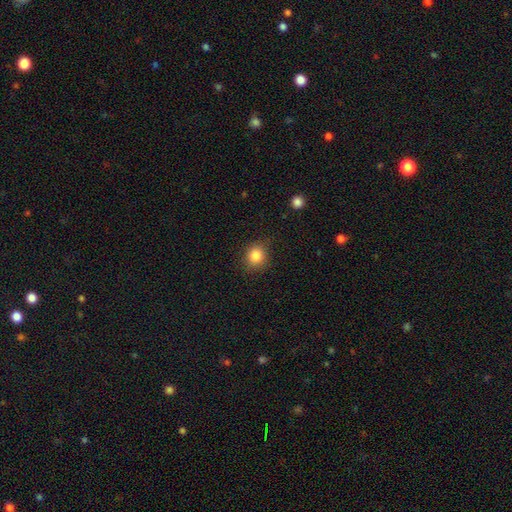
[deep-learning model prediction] smooth-or-featured: smooth: 84% | star or artifact: 11% | featured or disk: 5%
  how-rounded: round: 81% | in between: 18% | cigar-shaped: 1%
  merging: none: 83% | minor disturbance: 12% | major disturbance: 3% | merger: 1%